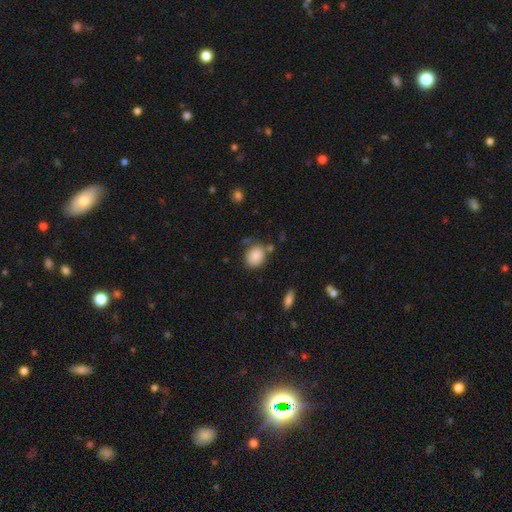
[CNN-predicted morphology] This is clearly a smooth galaxy (87%). How rounded: possibly round (51%). Merging: likely none (70%).